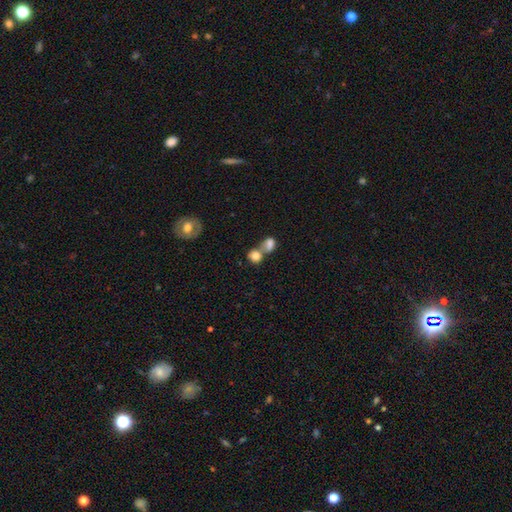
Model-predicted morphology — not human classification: The model was most divided on "merging": merger: 60%, none: 29%, minor disturbance: 7%, major disturbance: 4%. More confident: smooth or featured — smooth (80%); how rounded — round (71%).